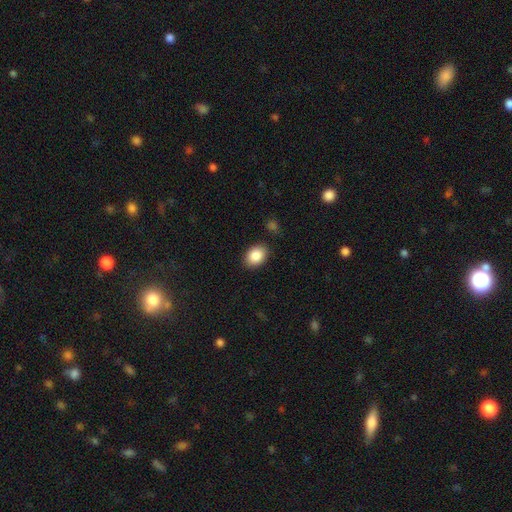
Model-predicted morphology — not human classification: A smooth galaxy with no disk features (87%) that is in between round and cigar-shaped (77%). Merging: none (86%).